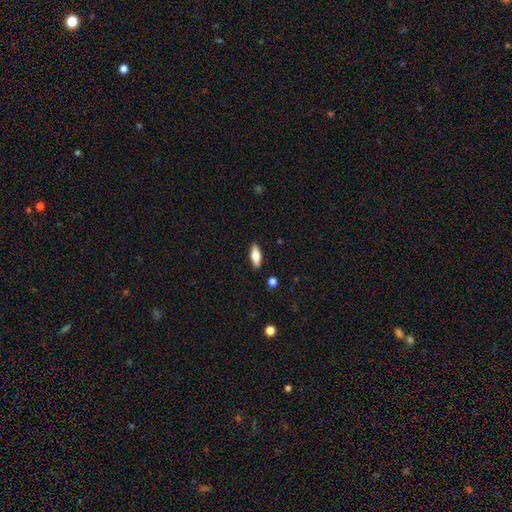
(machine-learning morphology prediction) Q: Smooth or featured?
A: smooth (72%); runner-up: featured or disk (21%)
Q: How rounded?
A: in between (72%); runner-up: cigar-shaped (26%)
Q: Merging?
A: none (89%); runner-up: minor disturbance (8%)